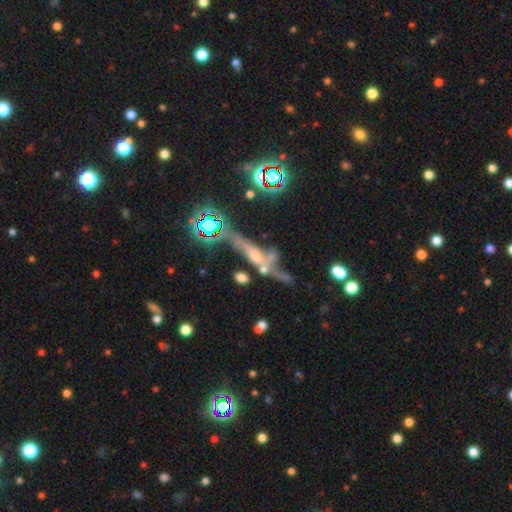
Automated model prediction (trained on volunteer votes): Overall: featured or disk (52%; star or artifact 25%). Edge-on disk: yes (52%; no 48%). Merging: none (35%; merger 30%).